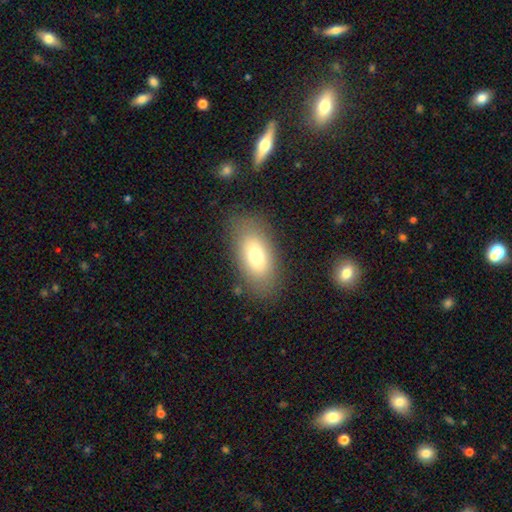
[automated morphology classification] Smooth or featured: smooth — 73% (featured or disk — 19%)
How rounded: in between — 91% (round — 5%)
Merging: none — 81% (minor disturbance — 12%)